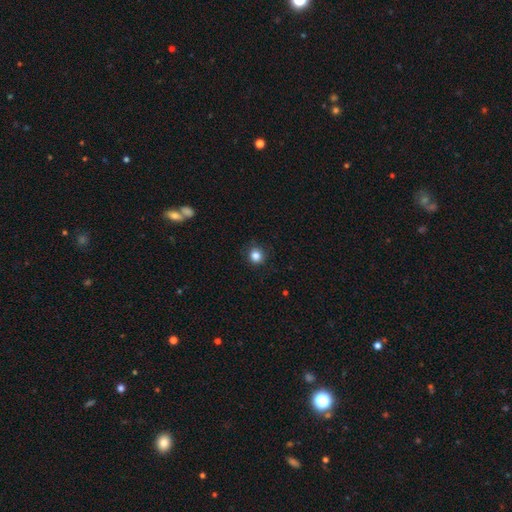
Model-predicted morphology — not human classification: Smooth or featured: smooth — 84% (star or artifact — 12%)
How rounded: round — 90% (in between — 9%)
Merging: none — 87% (minor disturbance — 10%)